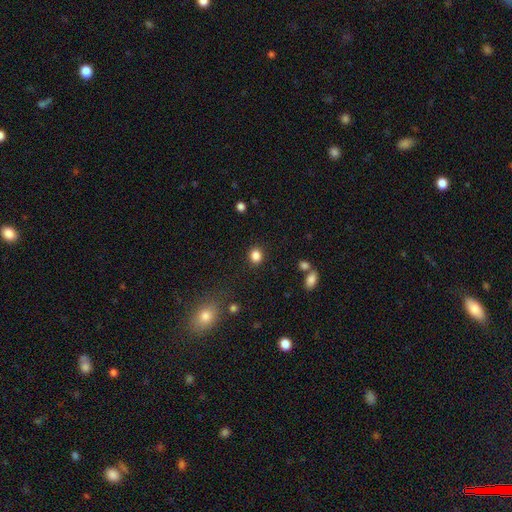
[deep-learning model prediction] Overall: smooth (85%). How rounded: round (71%). Merging: none (87%).